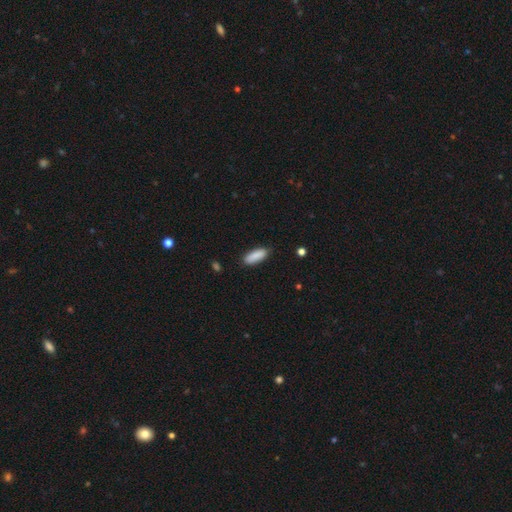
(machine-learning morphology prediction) Overall: smooth (89%). How rounded: in between (65%; cigar-shaped 33%). Merging: none (85%).